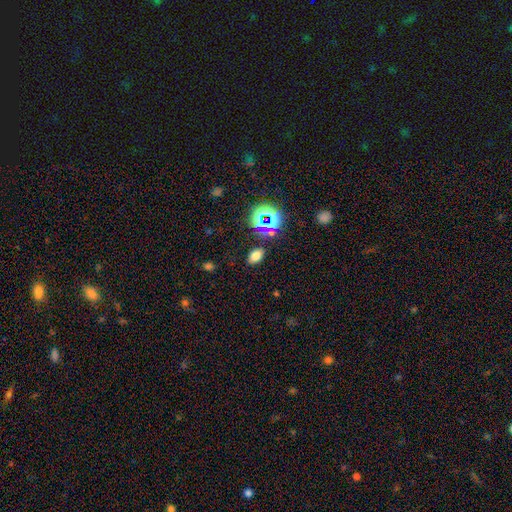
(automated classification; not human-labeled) smooth_or_featured: smooth (p=0.68) [alt: star or artifact p=0.23]
how_rounded: in between (p=0.85) [alt: round p=0.13]
merging: none (p=0.84) [alt: minor disturbance p=0.10]